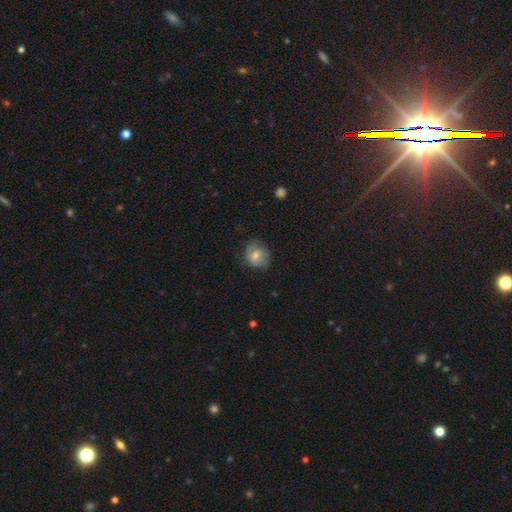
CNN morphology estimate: Overall: smooth (64%; featured or disk 28%). How rounded: round (78%). Merging: none (66%).